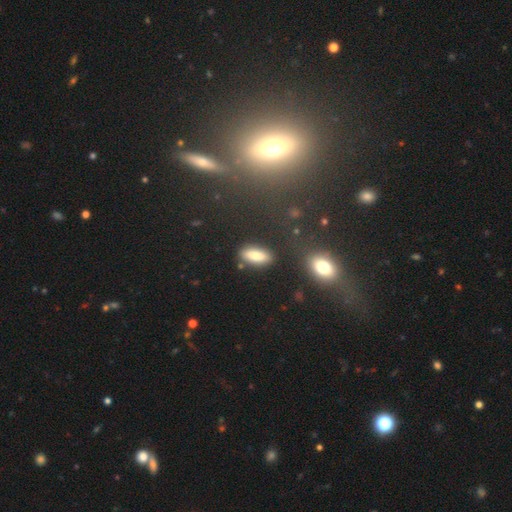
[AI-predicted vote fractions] A smooth galaxy with no disk features (81%) that is in between round and cigar-shaped (76%). Merging: none (84%).